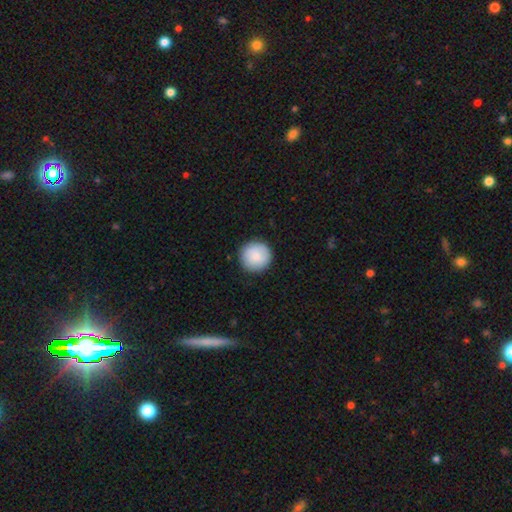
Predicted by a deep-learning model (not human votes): smooth_or_featured: smooth (p=0.86) [alt: featured or disk p=0.08]
how_rounded: round (p=0.96) [alt: in between p=0.03]
merging: none (p=0.91) [alt: minor disturbance p=0.07]